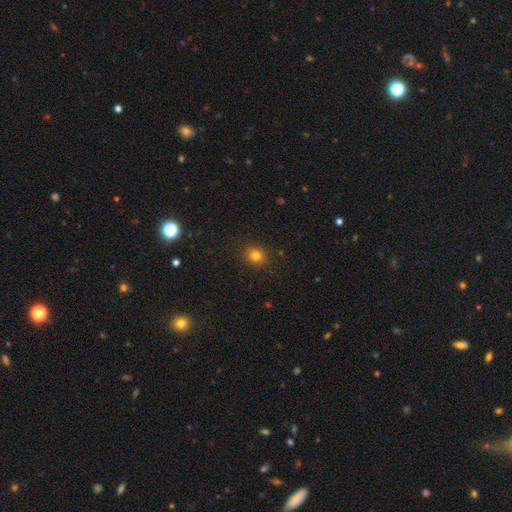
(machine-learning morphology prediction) This is clearly a smooth galaxy (80%). How rounded: likely round (69%). Merging: clearly none (89%).